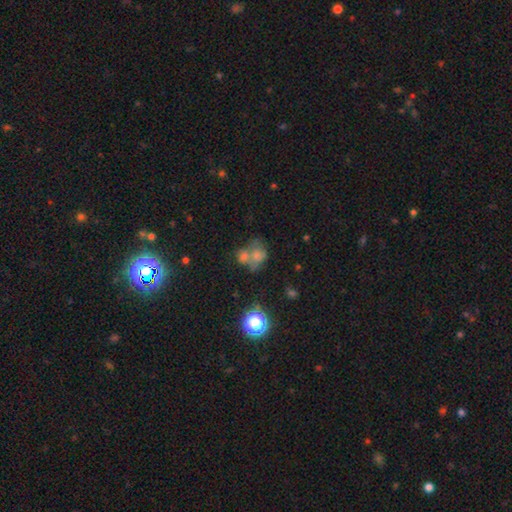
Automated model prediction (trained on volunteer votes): Smooth or featured? smooth (61%)
How rounded? round (55%)
Merging? merger (55%)